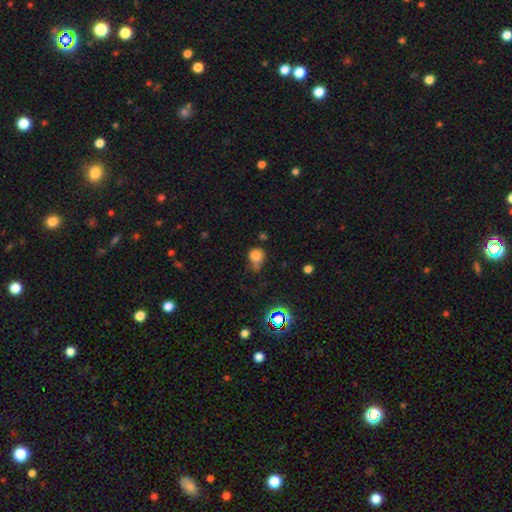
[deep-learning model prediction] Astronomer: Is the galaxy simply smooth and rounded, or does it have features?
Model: smooth — 77%.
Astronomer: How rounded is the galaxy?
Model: round — 68%.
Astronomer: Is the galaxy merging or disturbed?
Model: none — 40% (runner-up: minor disturbance, 37%).